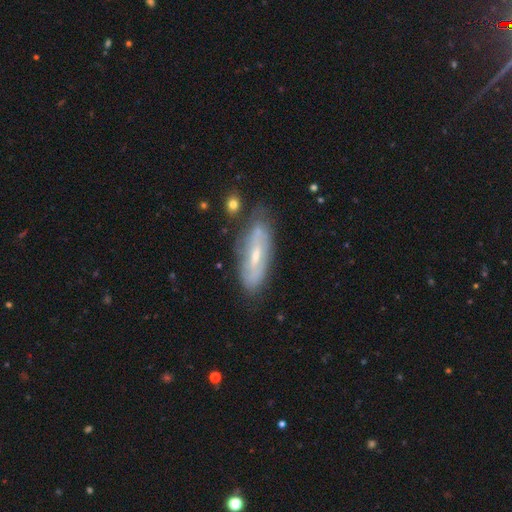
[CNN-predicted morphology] Smooth or featured? featured or disk (67%)
Edge-on disk? no (74%)
Merging? none (75%)